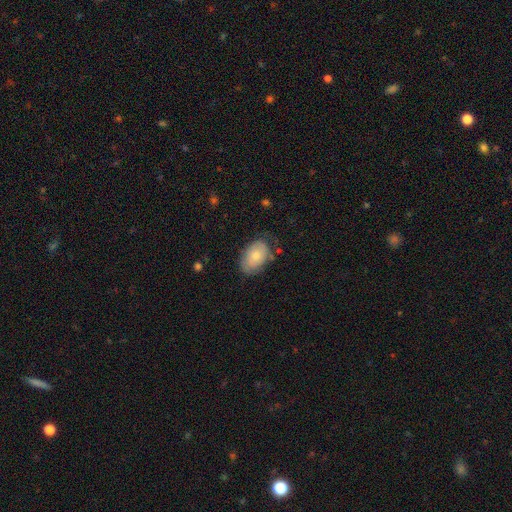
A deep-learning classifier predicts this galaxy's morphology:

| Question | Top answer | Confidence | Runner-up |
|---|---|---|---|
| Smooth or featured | smooth | 69% | featured or disk (24%) |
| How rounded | in between | 88% | round (11%) |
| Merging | none | 64% | minor disturbance (26%) |